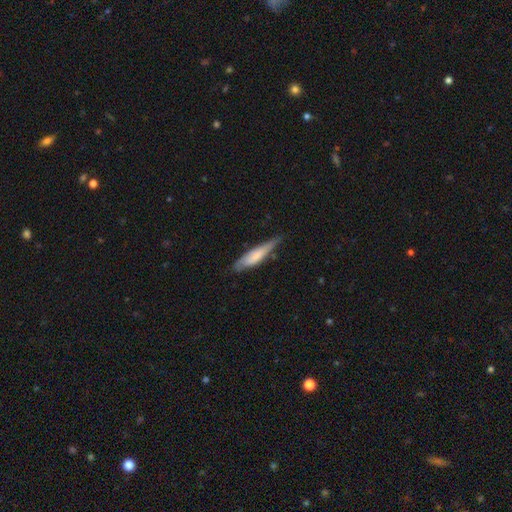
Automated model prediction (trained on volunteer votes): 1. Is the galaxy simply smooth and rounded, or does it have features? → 64% smooth, 30% featured or disk, 6% star or artifact.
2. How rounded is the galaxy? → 77% cigar-shaped, 22% in between, 1% round.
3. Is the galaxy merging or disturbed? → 64% none, 29% minor disturbance, 5% major disturbance, 2% merger.